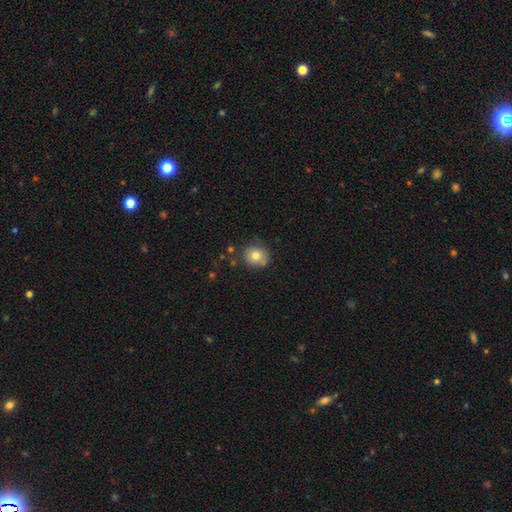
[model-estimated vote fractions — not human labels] A smooth galaxy with no disk features (78%) that is round (77%).

Vote fractions:
- Smooth or featured? smooth: 78% / featured or disk: 12% / star or artifact: 10%
- How rounded? round: 77% / in between: 22% / cigar-shaped: 1%
- Merging? none: 72% / minor disturbance: 18% / merger: 6% / major disturbance: 4%